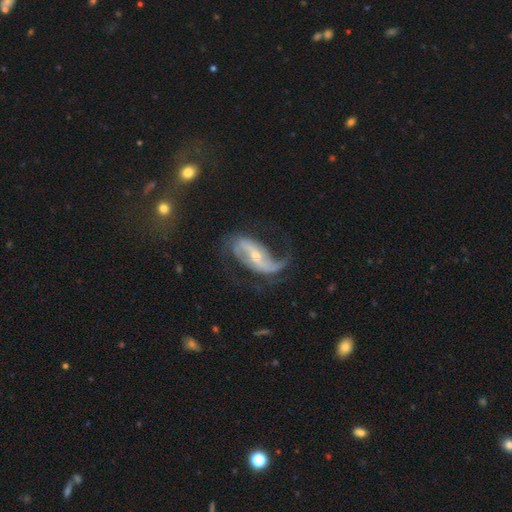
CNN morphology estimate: Smooth or featured?
  - featured or disk: 87% *
  - smooth: 8%
  - star or artifact: 6%
Edge-on disk?
  - no: 93% *
  - yes: 7%
Bar?
  - strong: 49% *
  - weak: 31%
  - no: 20%
Spiral arms?
  - yes: 94% *
  - no: 6%
Spiral winding?
  - loose: 65% *
  - medium: 26%
  - tight: 9%
Spiral arm count?
  - 2: 83% *
  - 1: 10%
  - can't tell: 4%
  - 3: 1%
  - 4: 1%
  - more than 4: 1%
Bulge size?
  - small: 55% *
  - moderate: 40%
  - large: 2%
  - none: 1%
  - dominant: 1%
Merging?
  - none: 56% *
  - major disturbance: 21%
  - minor disturbance: 20%
  - merger: 3%